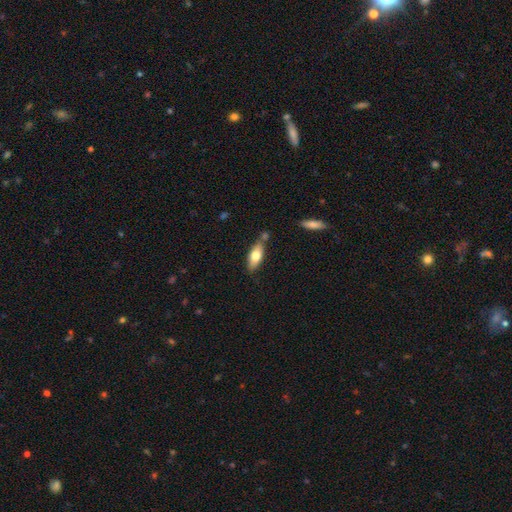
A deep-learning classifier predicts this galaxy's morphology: Smooth or featured?
  - smooth: 67% *
  - featured or disk: 26%
  - star or artifact: 6%
How rounded?
  - in between: 70% *
  - cigar-shaped: 28%
  - round: 3%
Merging?
  - none: 69% *
  - minor disturbance: 16%
  - merger: 12%
  - major disturbance: 3%